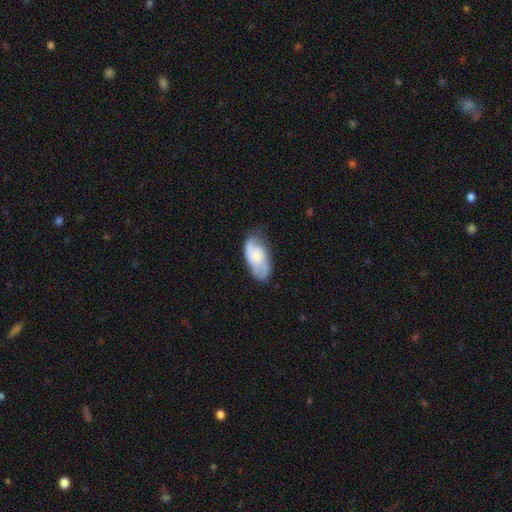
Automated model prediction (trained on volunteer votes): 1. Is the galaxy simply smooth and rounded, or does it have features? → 59% featured or disk, 34% smooth, 7% star or artifact.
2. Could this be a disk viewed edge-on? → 94% no, 6% yes.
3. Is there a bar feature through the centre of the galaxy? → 68% no, 27% weak, 5% strong.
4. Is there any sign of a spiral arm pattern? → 88% yes, 12% no.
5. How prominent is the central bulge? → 39% small, 33% moderate, 16% none, 10% large, 2% dominant.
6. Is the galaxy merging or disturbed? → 64% none, 25% minor disturbance, 10% major disturbance, 2% merger.